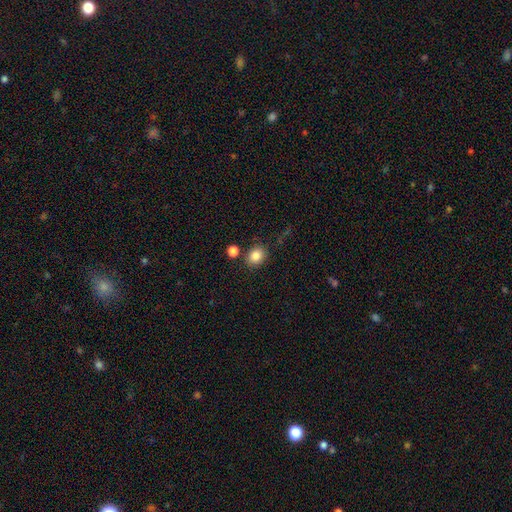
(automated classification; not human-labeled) A smooth galaxy with no disk features (85%) that is round (59%). Merging: none (80%).